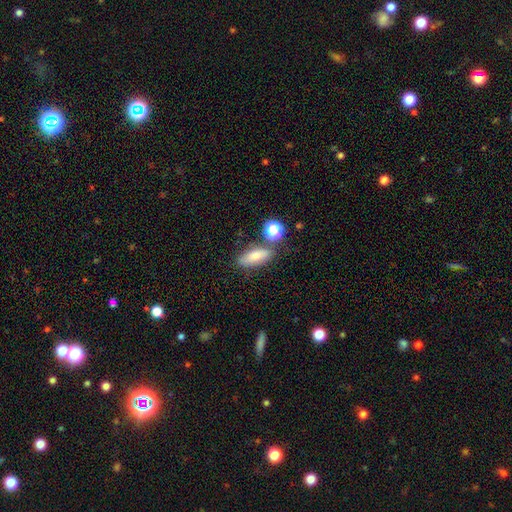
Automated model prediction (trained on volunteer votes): A smooth galaxy with no disk features (72%) that is in between round and cigar-shaped (67%). Merging: none (70%).